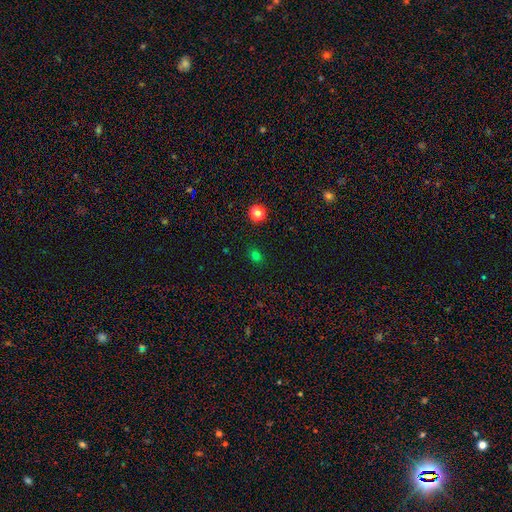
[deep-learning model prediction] The model was most divided on "how rounded": round: 68%, in between: 30%, cigar-shaped: 1%. More confident: merging — none (86%); smooth or featured — smooth (72%).